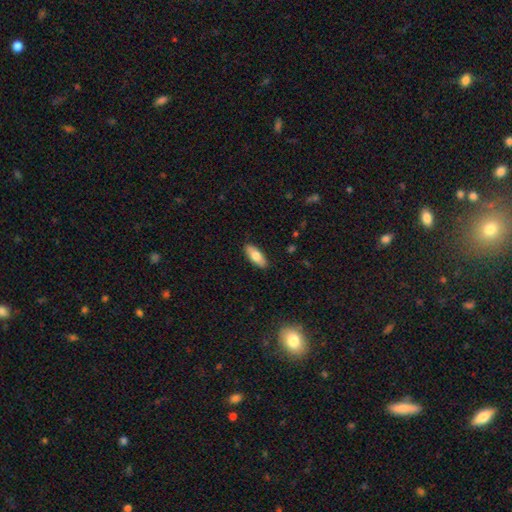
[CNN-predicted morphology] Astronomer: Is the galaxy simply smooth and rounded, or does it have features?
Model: smooth — 77%.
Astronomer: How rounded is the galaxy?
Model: in between — 79%.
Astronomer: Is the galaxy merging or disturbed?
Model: none — 89%.